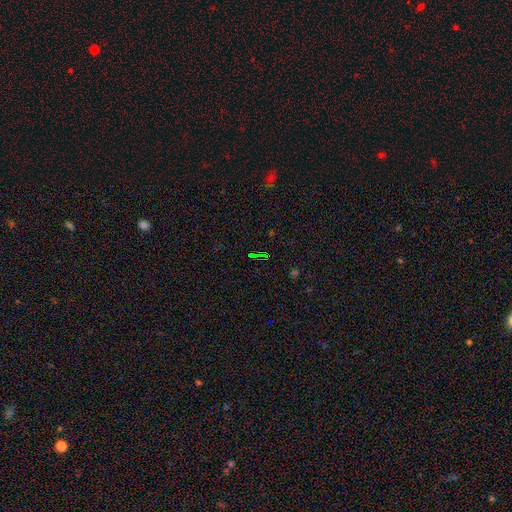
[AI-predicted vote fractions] Smooth or featured? star or artifact (71%)